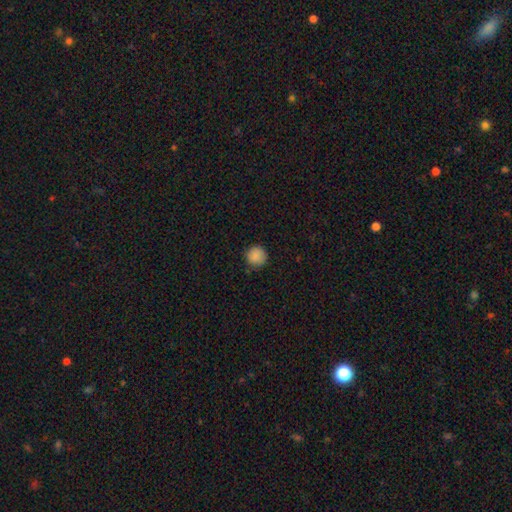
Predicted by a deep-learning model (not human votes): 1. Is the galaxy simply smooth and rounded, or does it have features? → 87% smooth, 9% star or artifact, 4% featured or disk.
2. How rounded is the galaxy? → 94% round, 5% in between, 1% cigar-shaped.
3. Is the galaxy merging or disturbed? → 83% none, 13% minor disturbance, 3% major disturbance, 1% merger.